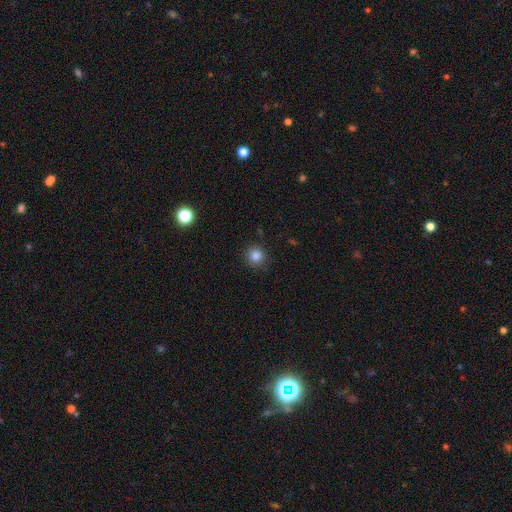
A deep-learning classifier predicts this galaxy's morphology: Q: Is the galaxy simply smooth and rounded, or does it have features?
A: smooth — 84%.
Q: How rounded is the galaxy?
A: round — 93%.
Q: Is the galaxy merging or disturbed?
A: none — 88%.